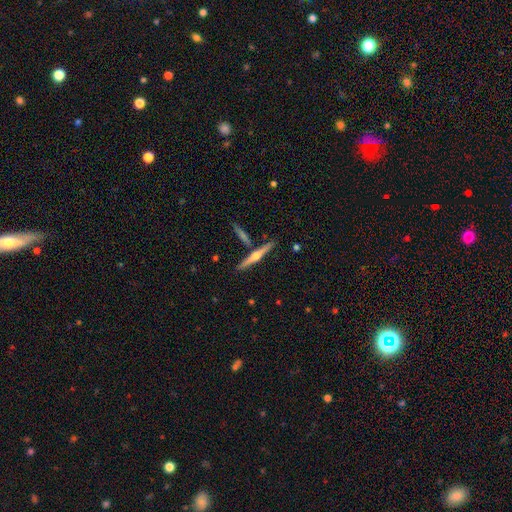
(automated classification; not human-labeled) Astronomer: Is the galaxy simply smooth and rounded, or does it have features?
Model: featured or disk — 71%.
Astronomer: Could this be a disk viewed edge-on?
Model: yes — 98%.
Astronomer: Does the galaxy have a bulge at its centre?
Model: rounded — 91%.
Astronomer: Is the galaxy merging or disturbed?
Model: none — 81%.